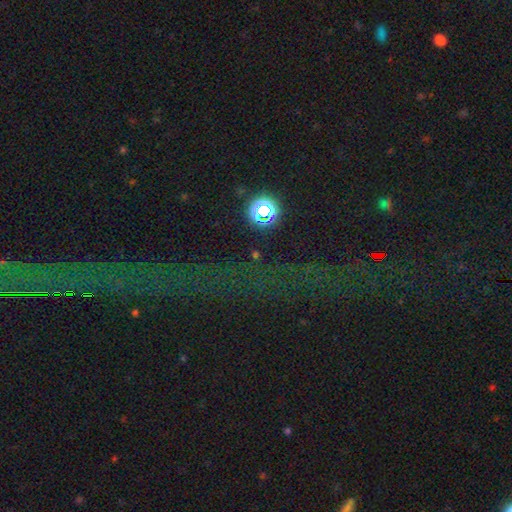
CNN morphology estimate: Smooth or featured? star or artifact (72%)